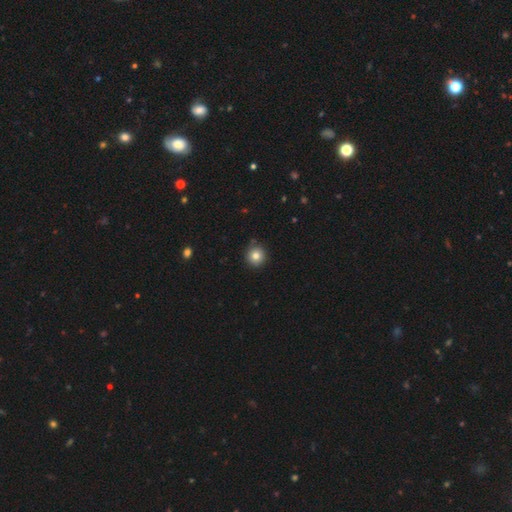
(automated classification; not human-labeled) Smooth or featured: smooth — 80% (star or artifact — 11%)
How rounded: round — 94% (in between — 5%)
Merging: none — 86% (minor disturbance — 10%)